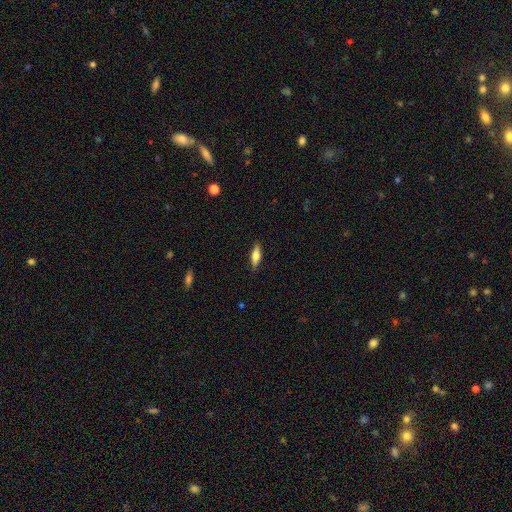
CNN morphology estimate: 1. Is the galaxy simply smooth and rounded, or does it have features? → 60% smooth, 34% featured or disk, 7% star or artifact.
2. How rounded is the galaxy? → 51% in between, 46% cigar-shaped, 3% round.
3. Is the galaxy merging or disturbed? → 86% none, 10% minor disturbance, 2% major disturbance, 1% merger.